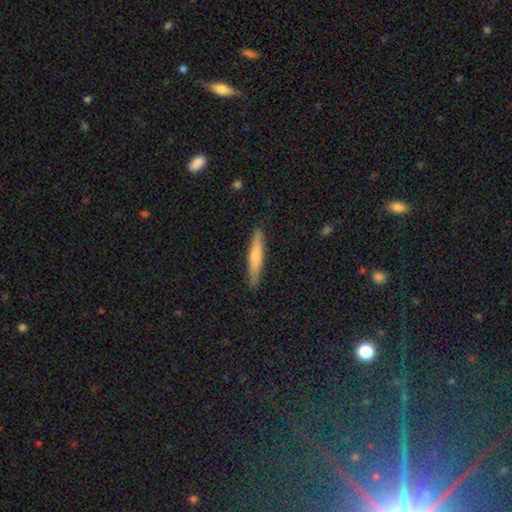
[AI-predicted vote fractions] smooth-or-featured: smooth: 65% | featured or disk: 30% | star or artifact: 6%
  how-rounded: cigar-shaped: 92% | in between: 7% | round: 1%
  merging: none: 89% | minor disturbance: 9% | major disturbance: 2% | merger: 1%